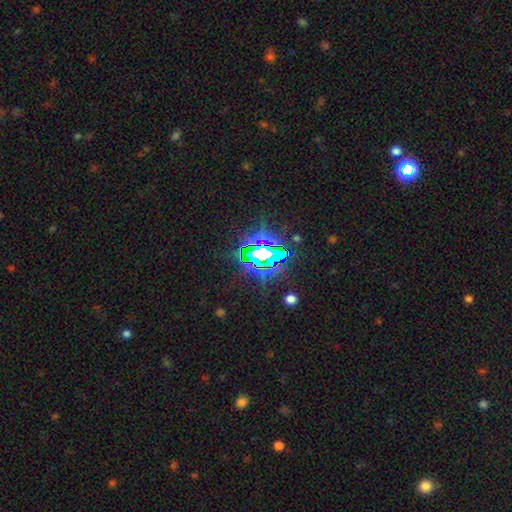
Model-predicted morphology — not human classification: smooth-or-featured: star or artifact: 77% | featured or disk: 12% | smooth: 11%